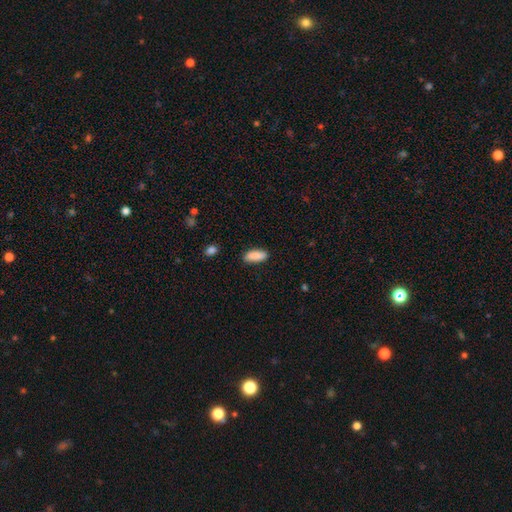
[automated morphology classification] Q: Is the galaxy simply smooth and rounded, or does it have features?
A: smooth — 89%.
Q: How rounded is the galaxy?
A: in between — 74%.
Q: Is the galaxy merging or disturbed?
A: none — 86%.